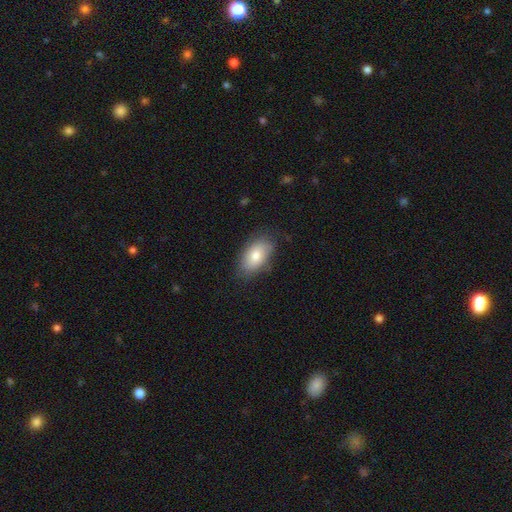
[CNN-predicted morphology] A smooth galaxy with no disk features (77%) that is in between round and cigar-shaped (92%).

Vote fractions:
- Smooth or featured? smooth: 77% / featured or disk: 15% / star or artifact: 7%
- How rounded? in between: 92% / round: 6% / cigar-shaped: 3%
- Merging? none: 80% / minor disturbance: 16% / major disturbance: 3% / merger: 1%